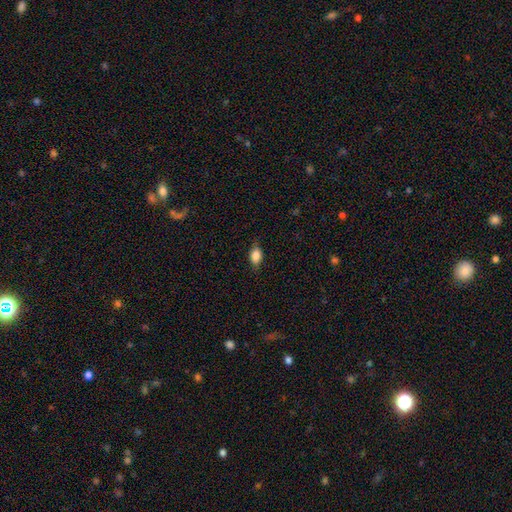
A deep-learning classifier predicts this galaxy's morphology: Q: Smooth or featured?
A: smooth (84%); runner-up: star or artifact (8%)
Q: How rounded?
A: in between (84%); runner-up: round (12%)
Q: Merging?
A: none (77%); runner-up: minor disturbance (18%)